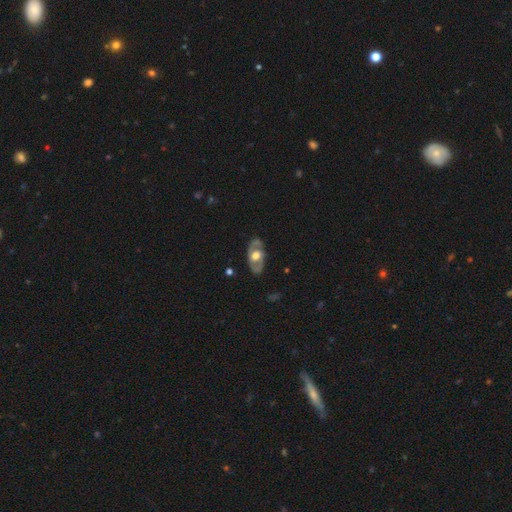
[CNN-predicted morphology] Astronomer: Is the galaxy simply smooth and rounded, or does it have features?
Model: featured or disk — 68%.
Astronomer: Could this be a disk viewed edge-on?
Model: no — 88%.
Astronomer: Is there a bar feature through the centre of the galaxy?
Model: no — 68%.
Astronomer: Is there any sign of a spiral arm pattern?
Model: yes — 55% (runner-up: no, 45%).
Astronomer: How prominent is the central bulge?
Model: moderate — 50% (runner-up: large, 42%).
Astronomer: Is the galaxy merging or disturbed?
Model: none — 78%.